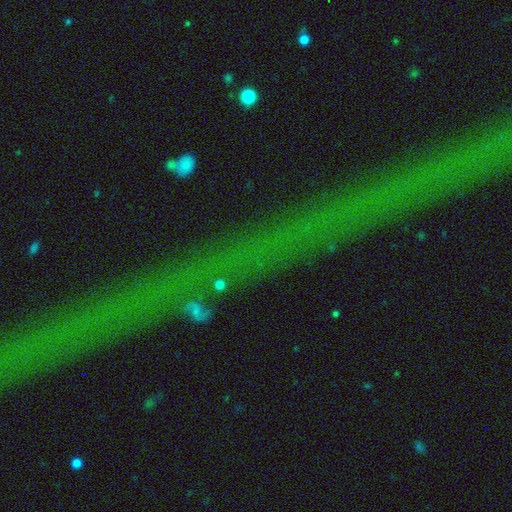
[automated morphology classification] This appears to be a star or artifact, not a galaxy (74%).